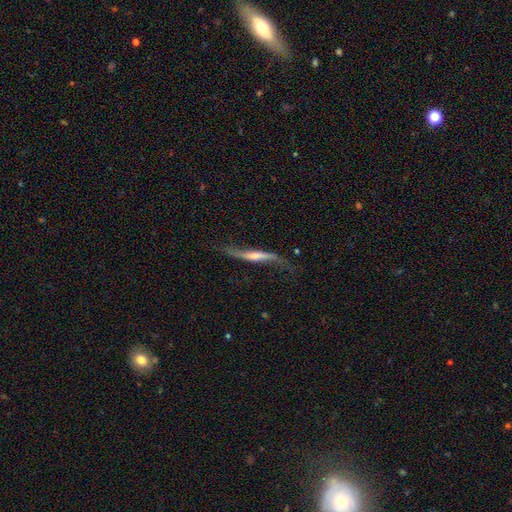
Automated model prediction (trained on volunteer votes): Smooth or featured? Predicted: featured or disk (p=0.69). Edge-on disk? Predicted: yes (p=0.55). Merging? Predicted: none (p=0.52).